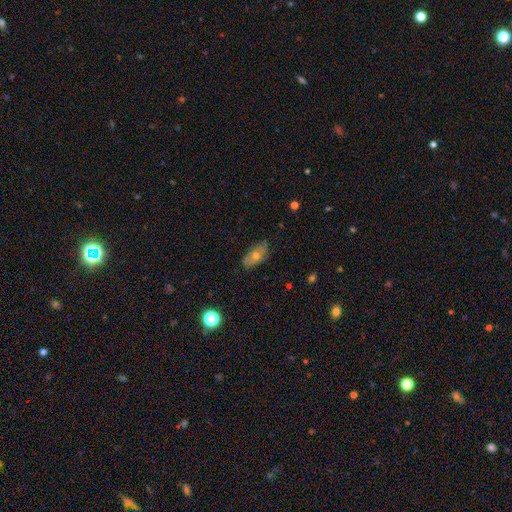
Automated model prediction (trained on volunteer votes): This appears to be a smooth galaxy with no disk features (49%). Merging: none (79%).